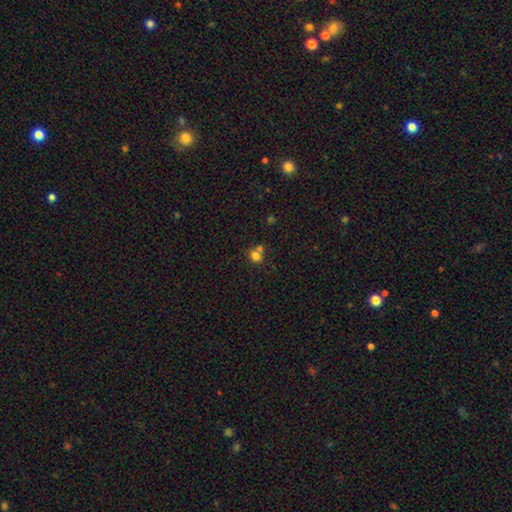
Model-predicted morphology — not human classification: A smooth galaxy with no disk features (74%) that is round (61%). Merging: merger (45%).